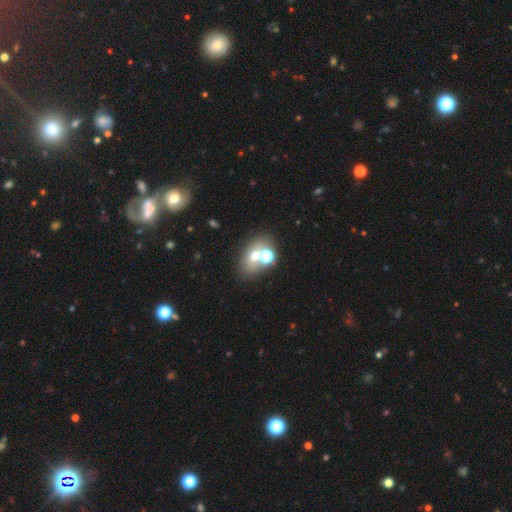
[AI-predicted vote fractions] Smooth or featured?
  - smooth: 58% *
  - featured or disk: 24%
  - star or artifact: 18%
How rounded?
  - in between: 62% *
  - round: 37%
  - cigar-shaped: 2%
Merging?
  - none: 52% *
  - merger: 32%
  - minor disturbance: 10%
  - major disturbance: 6%